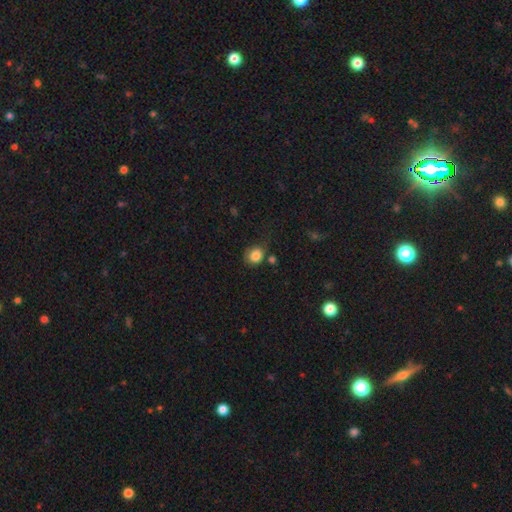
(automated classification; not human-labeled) This is clearly a smooth galaxy (84%). How rounded: likely round (75%). Merging: likely none (66%).